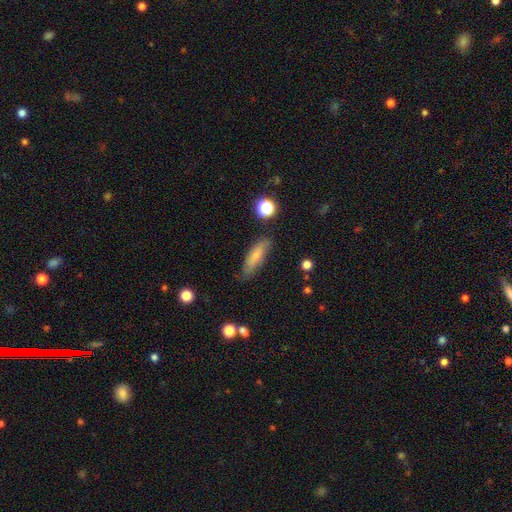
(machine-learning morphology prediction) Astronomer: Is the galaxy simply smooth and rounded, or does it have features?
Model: smooth — 68%.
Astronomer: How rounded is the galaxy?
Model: cigar-shaped — 57% (runner-up: in between, 40%).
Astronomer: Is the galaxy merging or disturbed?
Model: none — 72%.